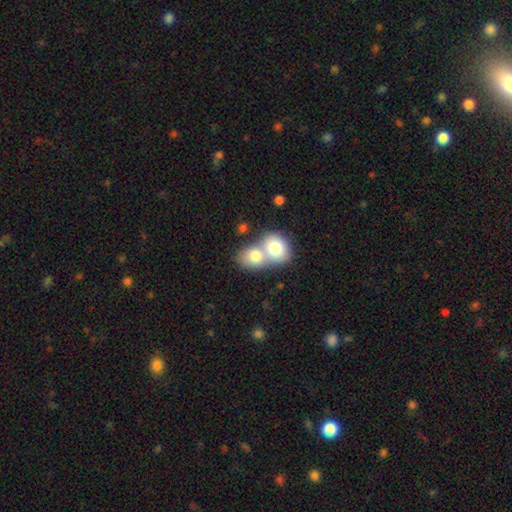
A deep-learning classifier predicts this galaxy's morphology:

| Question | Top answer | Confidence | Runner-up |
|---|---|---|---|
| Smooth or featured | smooth | 75% | featured or disk (18%) |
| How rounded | in between | 56% | round (42%) |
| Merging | merger | 72% | none (20%) |